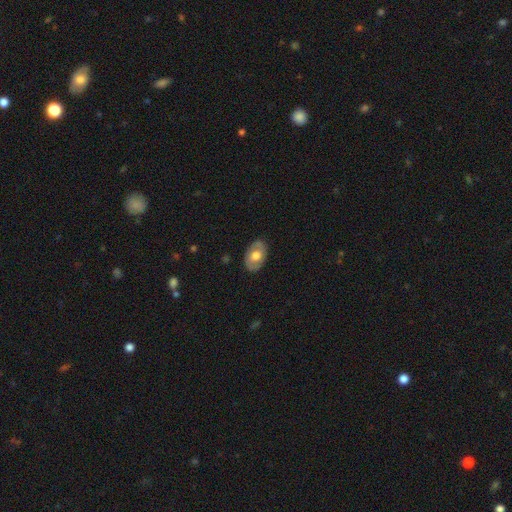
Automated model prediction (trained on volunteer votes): Smooth or featured? Predicted: smooth (p=0.54). How rounded? Predicted: in between (p=0.86). Merging? Predicted: none (p=0.82).